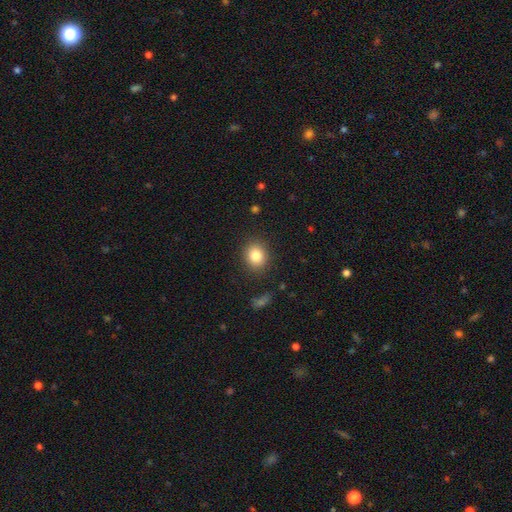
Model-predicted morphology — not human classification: smooth-or-featured: smooth: 82% | star or artifact: 10% | featured or disk: 8%
  how-rounded: round: 68% | in between: 31% | cigar-shaped: 1%
  merging: none: 88% | minor disturbance: 8% | major disturbance: 3% | merger: 1%